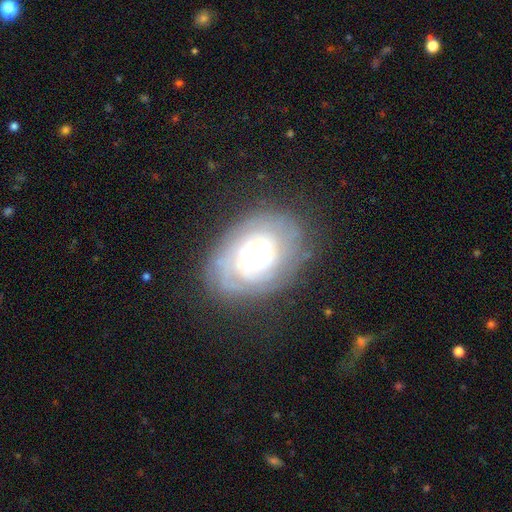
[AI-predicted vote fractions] Smooth or featured?
  - featured or disk: 75% *
  - smooth: 17%
  - star or artifact: 7%
Edge-on disk?
  - no: 97% *
  - yes: 3%
Bar?
  - no: 68% *
  - weak: 25%
  - strong: 7%
Spiral arms?
  - yes: 89% *
  - no: 11%
Spiral winding?
  - tight: 74% *
  - medium: 20%
  - loose: 6%
Spiral arm count?
  - can't tell: 50% *
  - 2: 15%
  - 3: 13%
  - 4: 10%
  - more than 4: 6%
  - 1: 6%
Bulge size?
  - small: 56% *
  - moderate: 31%
  - large: 10%
  - dominant: 2%
  - none: 2%
Merging?
  - none: 72% *
  - minor disturbance: 17%
  - major disturbance: 9%
  - merger: 2%